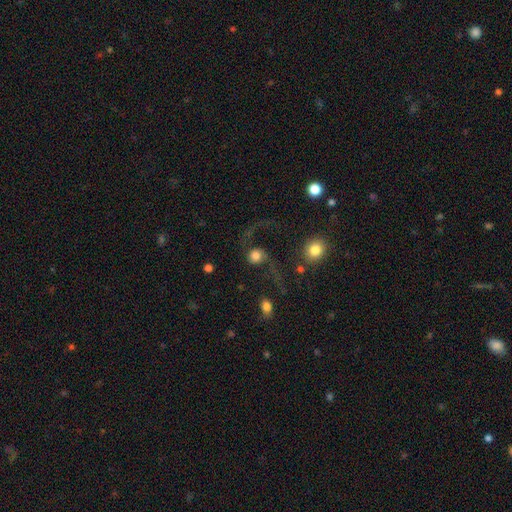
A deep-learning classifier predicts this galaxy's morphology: smooth-or-featured: featured or disk: 47% | smooth: 43% | star or artifact: 10%
  merging: none: 42% | major disturbance: 36% | minor disturbance: 14% | merger: 9%